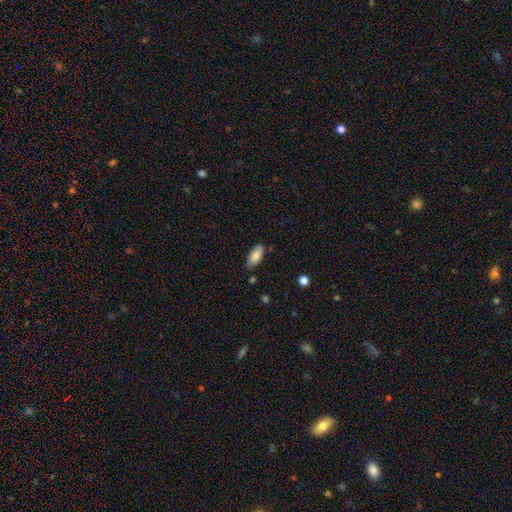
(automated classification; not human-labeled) A smooth galaxy with no disk features (85%) that is in between round and cigar-shaped (90%).

Vote fractions:
- Smooth or featured? smooth: 85% / featured or disk: 8% / star or artifact: 7%
- How rounded? in between: 90% / cigar-shaped: 8% / round: 2%
- Merging? none: 79% / minor disturbance: 15% / major disturbance: 3% / merger: 3%